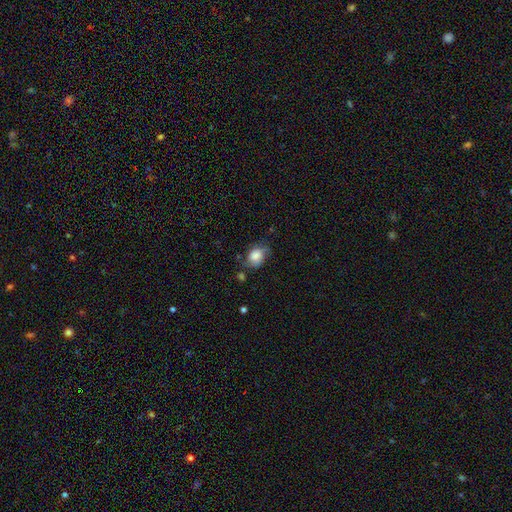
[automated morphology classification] Smooth or featured: smooth — 77% (featured or disk — 15%)
How rounded: in between — 65% (round — 34%)
Merging: none — 48% (minor disturbance — 35%)